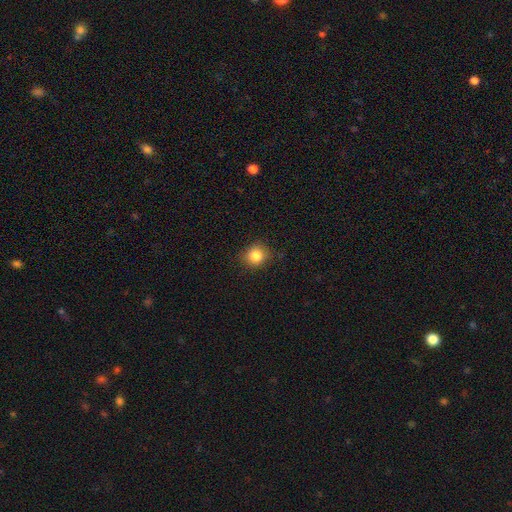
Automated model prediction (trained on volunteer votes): Smooth or featured? smooth (84%)
How rounded? round (83%)
Merging? none (83%)